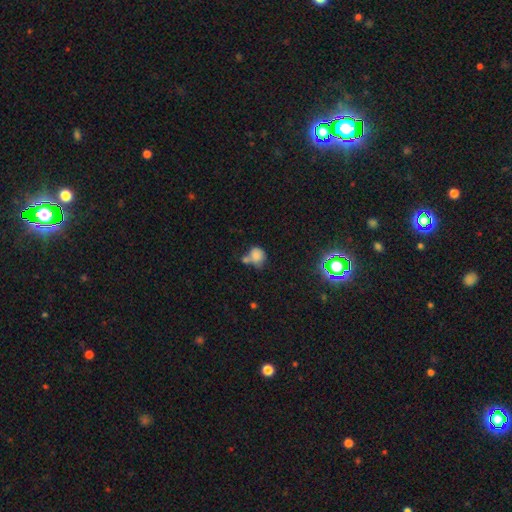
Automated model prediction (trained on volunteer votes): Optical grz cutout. It shows a smooth galaxy with no disk features (74%) that is round (68%). Merging: merger (43%).